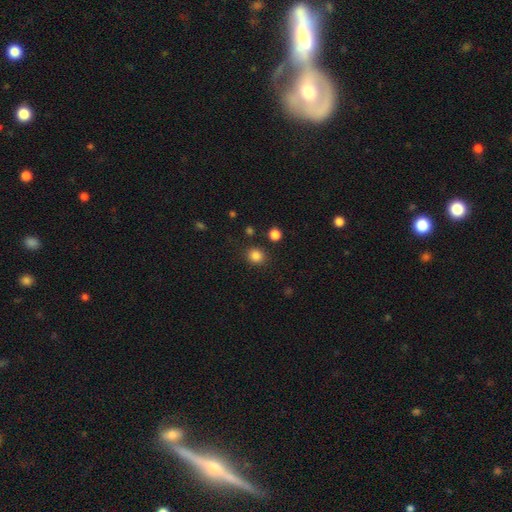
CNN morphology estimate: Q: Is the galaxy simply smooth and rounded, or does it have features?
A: smooth — 84%.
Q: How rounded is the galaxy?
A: round — 81%.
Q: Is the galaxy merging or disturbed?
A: none — 87%.